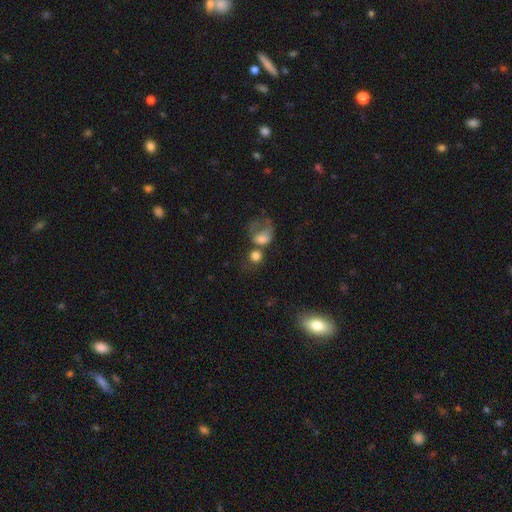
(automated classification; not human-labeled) Smooth or featured: smooth — 75% (featured or disk — 13%)
How rounded: round — 65% (in between — 33%)
Merging: merger — 38% (none — 29%)